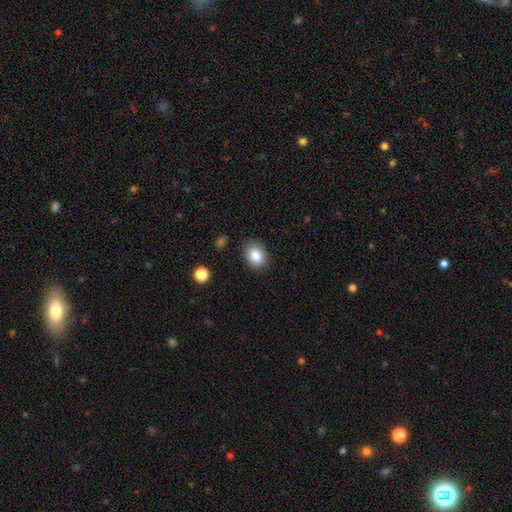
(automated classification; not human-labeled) This is clearly a smooth galaxy (84%). How rounded: possibly in between (60%). Merging: clearly none (86%).